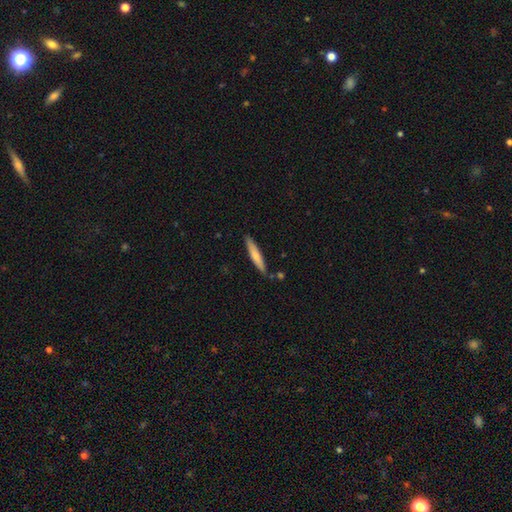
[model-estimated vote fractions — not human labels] Overall: smooth (65%; featured or disk 29%). How rounded: cigar-shaped (91%). Merging: none (83%).